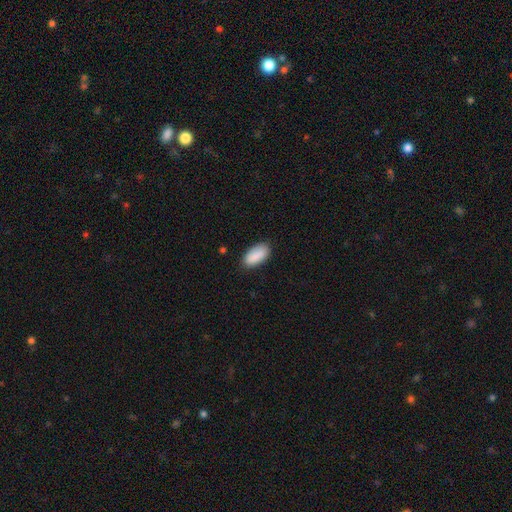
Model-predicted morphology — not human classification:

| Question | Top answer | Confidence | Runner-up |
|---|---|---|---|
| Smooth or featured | smooth | 89% | star or artifact (6%) |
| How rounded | in between | 91% | cigar-shaped (7%) |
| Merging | none | 84% | minor disturbance (12%) |